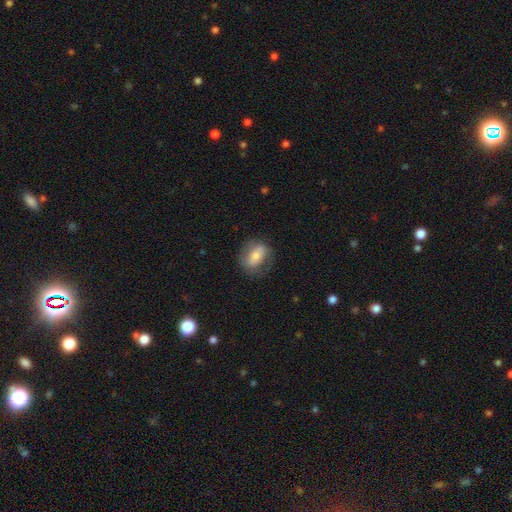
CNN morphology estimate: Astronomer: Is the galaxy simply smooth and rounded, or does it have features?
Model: smooth — 60%.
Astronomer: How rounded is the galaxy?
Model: in between — 72%.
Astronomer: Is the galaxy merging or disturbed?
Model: none — 71%.